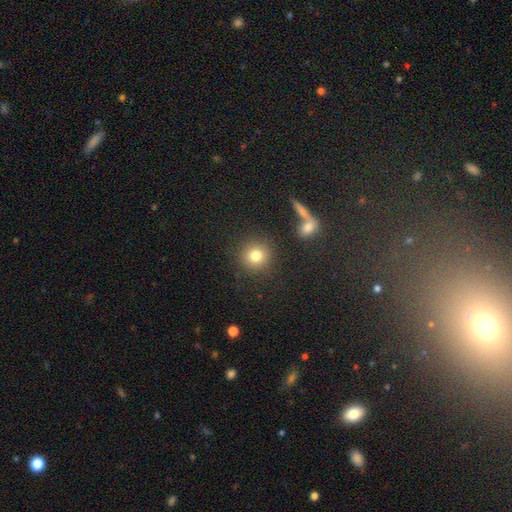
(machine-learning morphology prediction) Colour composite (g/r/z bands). It shows a smooth galaxy with no disk features (80%) that is round (91%). Merging: none (85%).